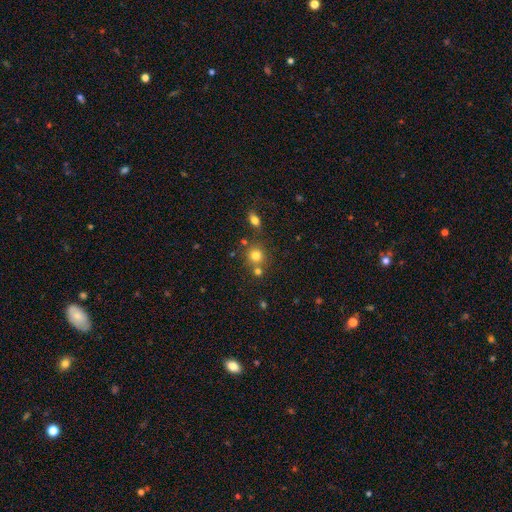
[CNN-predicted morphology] This is likely a smooth galaxy (77%). How rounded: clearly round (88%). Merging: likely none (68%).